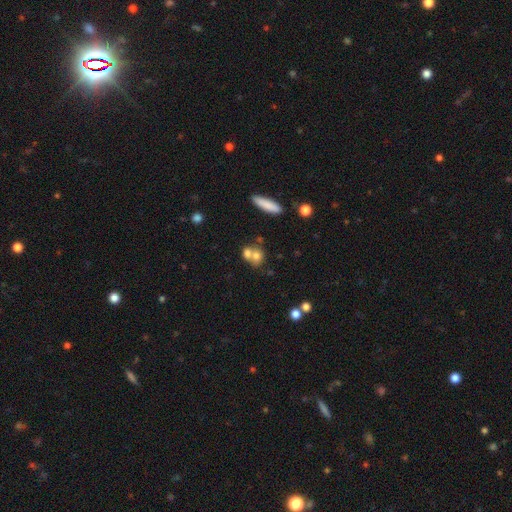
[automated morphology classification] Smooth or featured: smooth — 68% (featured or disk — 20%)
How rounded: round — 65% (in between — 32%)
Merging: merger — 56% (none — 33%)